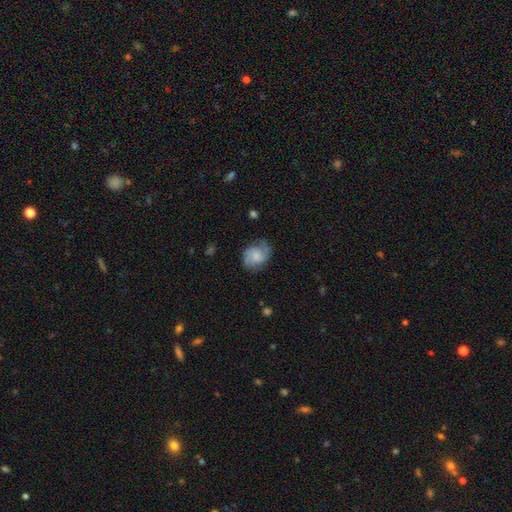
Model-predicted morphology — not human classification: smooth_or_featured: featured or disk (p=0.53) [alt: smooth p=0.40]
disk_edge_on: no (p=0.98) [alt: yes p=0.02]
bar: no (p=0.70) [alt: weak p=0.27]
has_spiral_arms: yes (p=0.90) [alt: no p=0.10]
bulge_size: small (p=0.45) [alt: moderate p=0.24]
merging: none (p=0.66) [alt: minor disturbance p=0.23]